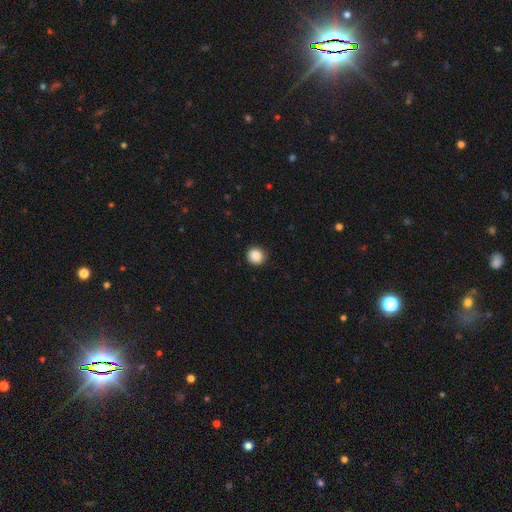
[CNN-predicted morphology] The model was most divided on "smooth or featured": smooth: 88%, star or artifact: 9%, featured or disk: 3%. More confident: how rounded — round (92%); merging — none (91%).